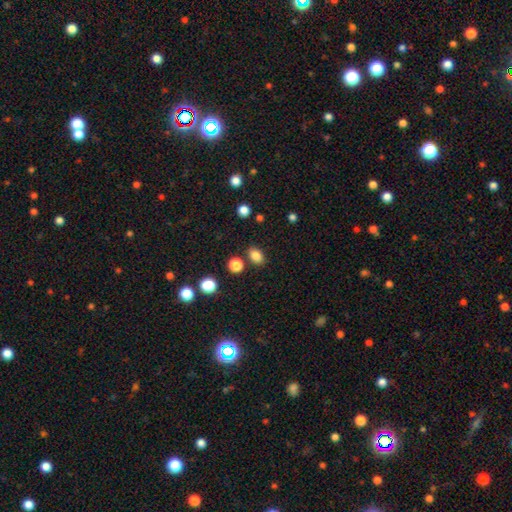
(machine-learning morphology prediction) Overall: smooth (83%). How rounded: in between (67%; round 32%). Merging: none (83%).